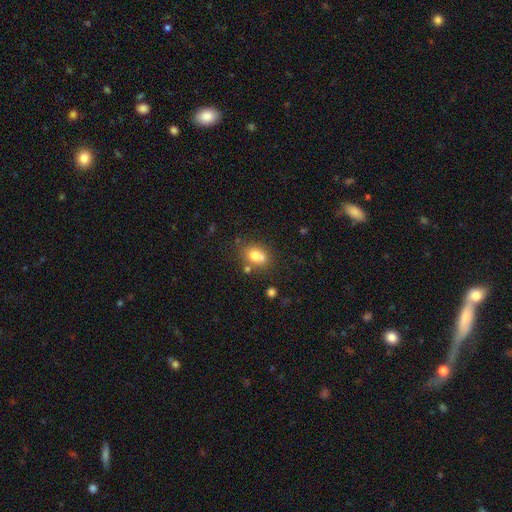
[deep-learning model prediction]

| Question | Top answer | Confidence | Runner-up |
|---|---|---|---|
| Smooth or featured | smooth | 72% | featured or disk (16%) |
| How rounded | in between | 49% | tied: round (49%) |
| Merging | none | 51% | merger (31%) |